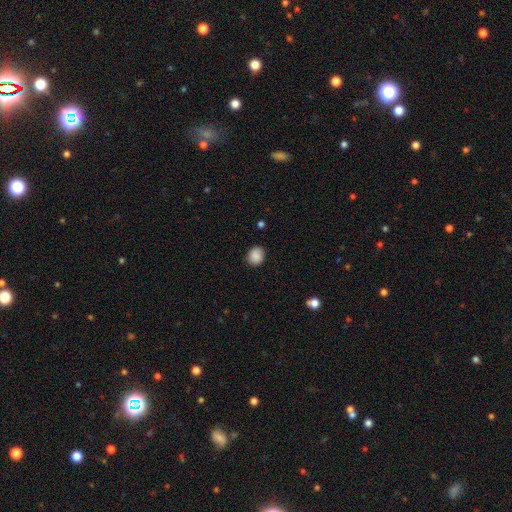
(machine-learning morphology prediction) Overall: smooth (88%). How rounded: round (69%; in between 30%). Merging: none (84%).